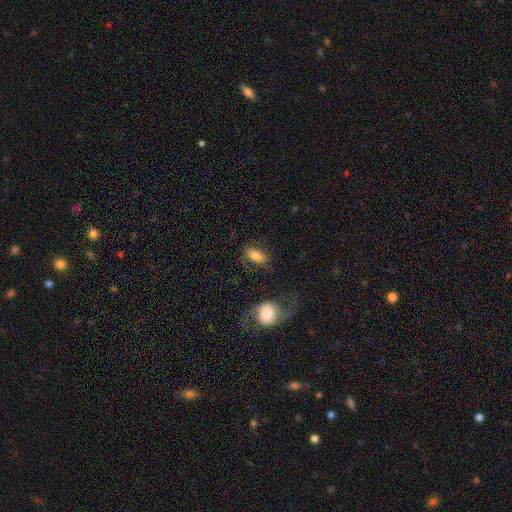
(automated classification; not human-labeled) Overall: smooth (68%). How rounded: in between (89%). Merging: none (58%; minor disturbance 19%).